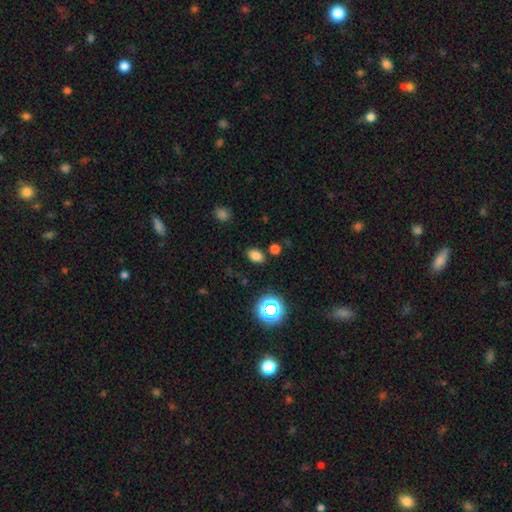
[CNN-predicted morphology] Overall: smooth (76%). How rounded: in between (83%). Merging: none (83%).